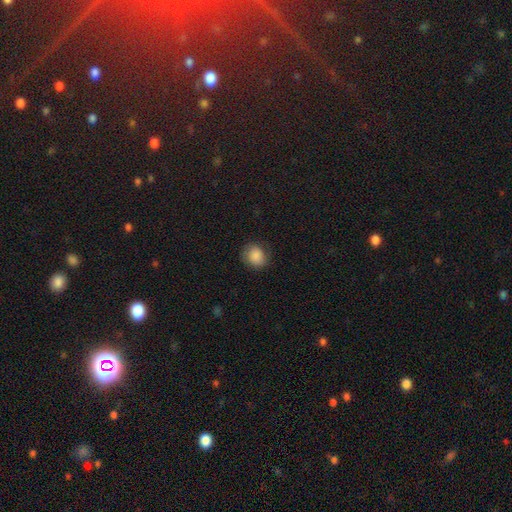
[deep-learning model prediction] The model was most divided on "how rounded": round: 67%, in between: 32%, cigar-shaped: 1%. More confident: smooth or featured — smooth (86%); merging — none (79%).